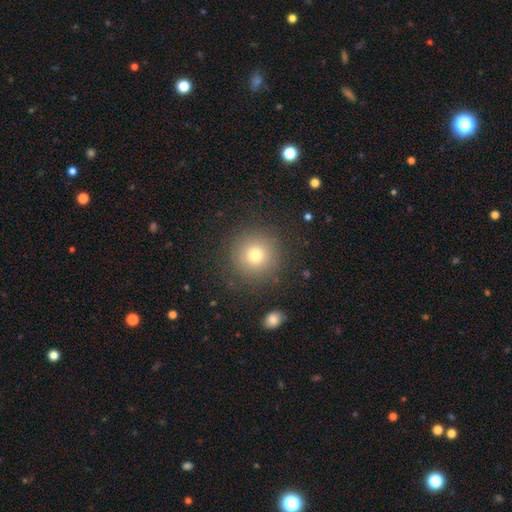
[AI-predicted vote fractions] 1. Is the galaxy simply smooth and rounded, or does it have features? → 73% smooth, 15% star or artifact, 11% featured or disk.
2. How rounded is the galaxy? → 95% round, 4% in between, 1% cigar-shaped.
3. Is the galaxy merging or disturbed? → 87% none, 8% minor disturbance, 4% major disturbance, 2% merger.